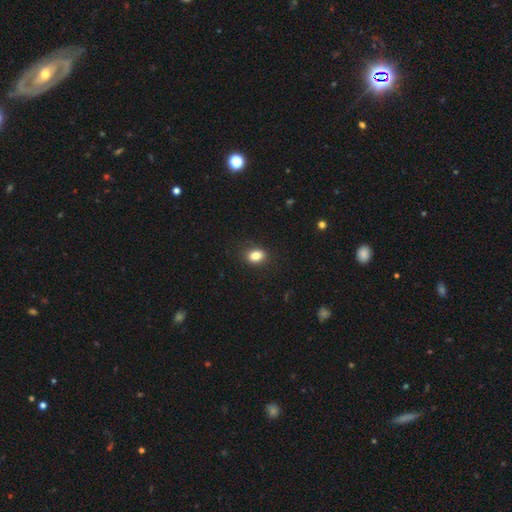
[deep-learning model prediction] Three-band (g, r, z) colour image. It shows a smooth galaxy with no disk features (85%) that is in between round and cigar-shaped (68%). Merging: none (85%).